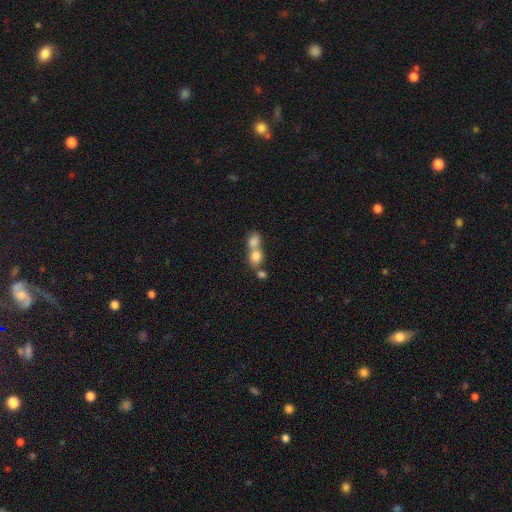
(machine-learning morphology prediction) type=smooth (77%); roundness=round (60%); merging=merger (69%).